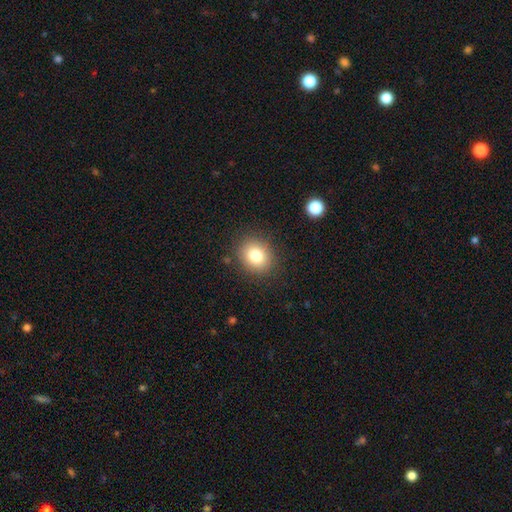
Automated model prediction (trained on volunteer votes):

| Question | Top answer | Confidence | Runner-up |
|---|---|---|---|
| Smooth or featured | smooth | 81% | star or artifact (11%) |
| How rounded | round | 67% | in between (32%) |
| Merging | none | 86% | minor disturbance (9%) |